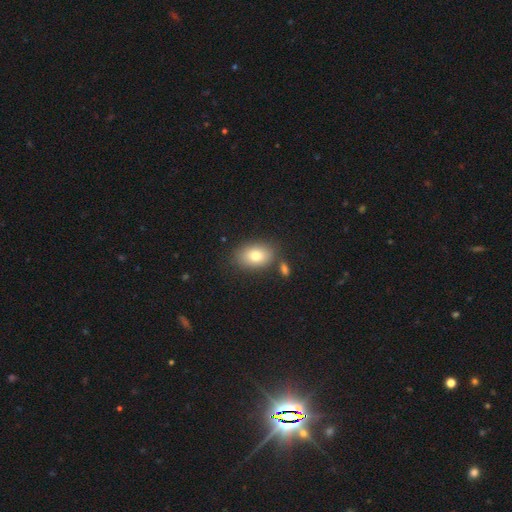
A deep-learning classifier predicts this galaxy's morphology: Overall: smooth (77%). How rounded: in between (79%). Merging: none (77%).